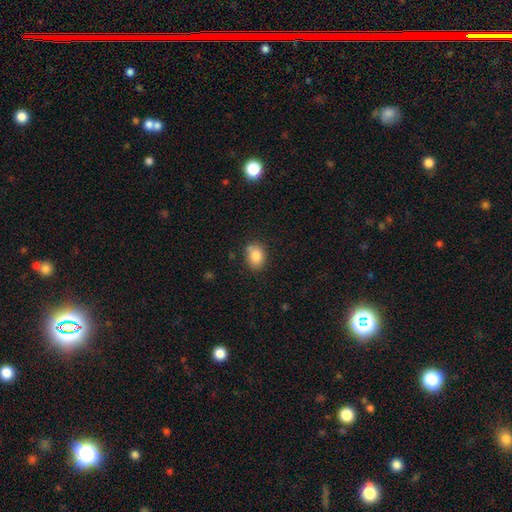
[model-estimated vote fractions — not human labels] Morphology: type=smooth (82%); roundness=in between (54%); merging=none (71%).